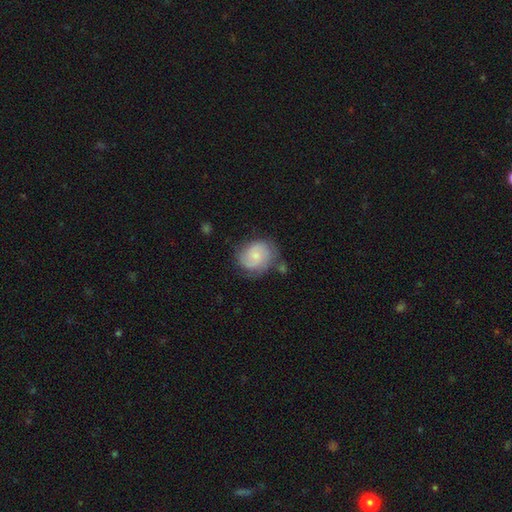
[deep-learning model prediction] Morphology: type=featured or disk (54%); edge-on=no (98%); bar=no (66%); spiral arms=yes (88%); bulge=small (58%); merging=none (62%).